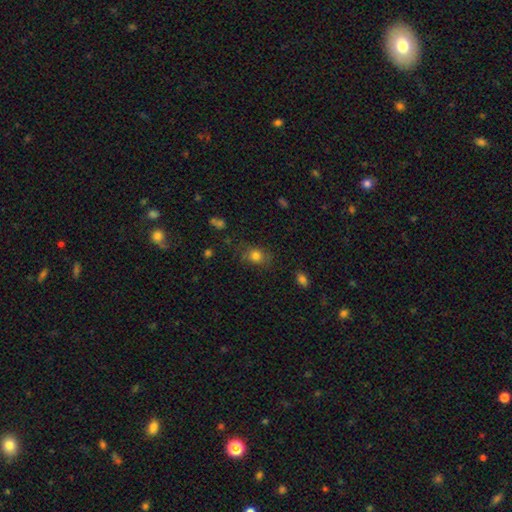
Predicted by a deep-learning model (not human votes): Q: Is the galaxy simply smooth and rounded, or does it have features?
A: smooth — 79%.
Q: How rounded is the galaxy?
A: round — 56%.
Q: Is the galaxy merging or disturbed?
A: none — 71%.